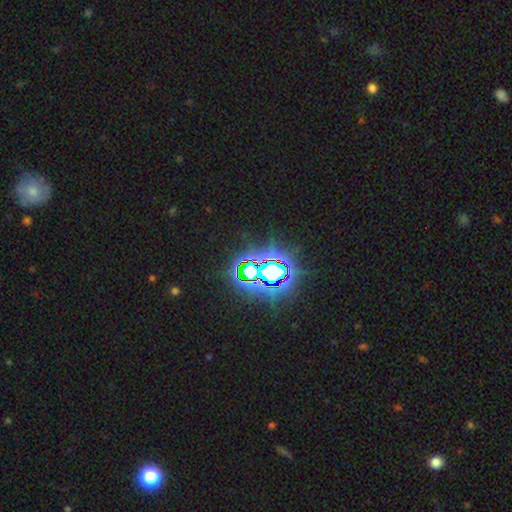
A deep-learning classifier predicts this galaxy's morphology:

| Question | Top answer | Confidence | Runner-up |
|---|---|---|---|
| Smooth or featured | star or artifact | 80% | smooth (10%) |